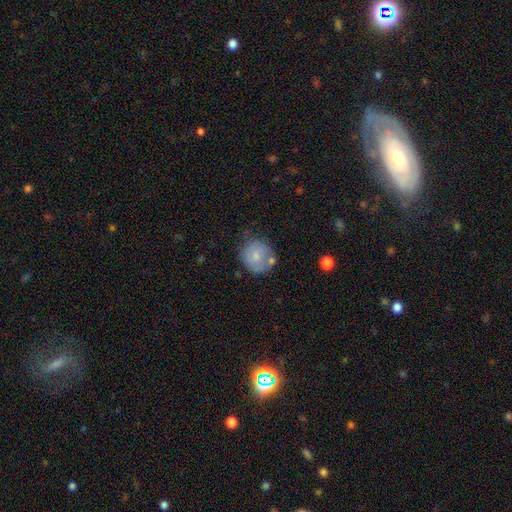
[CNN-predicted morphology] Smooth or featured? smooth (71%)
How rounded? round (85%)
Merging? none (56%)